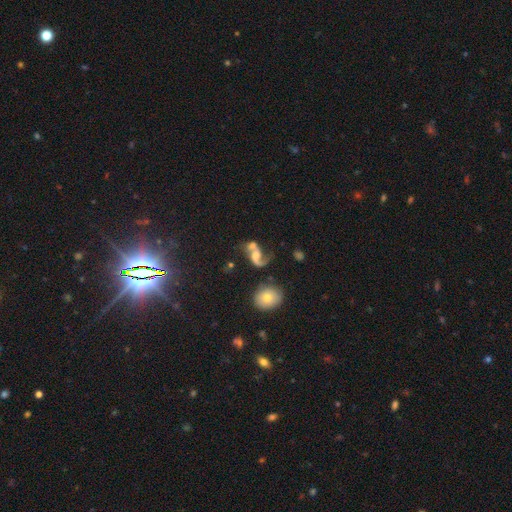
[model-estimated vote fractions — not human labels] smooth_or_featured: featured or disk (p=0.72) [alt: smooth p=0.17]
disk_edge_on: no (p=0.97) [alt: yes p=0.03]
bar: no (p=0.54) [alt: weak p=0.34]
has_spiral_arms: yes (p=0.88) [alt: no p=0.12]
spiral_winding: loose (p=0.77) [alt: medium p=0.19]
spiral_arm_count: 2 (p=0.76) [alt: 1 p=0.18]
bulge_size: moderate (p=0.38) [alt: small p=0.31]
merging: merger (p=0.34) [alt: none p=0.31]